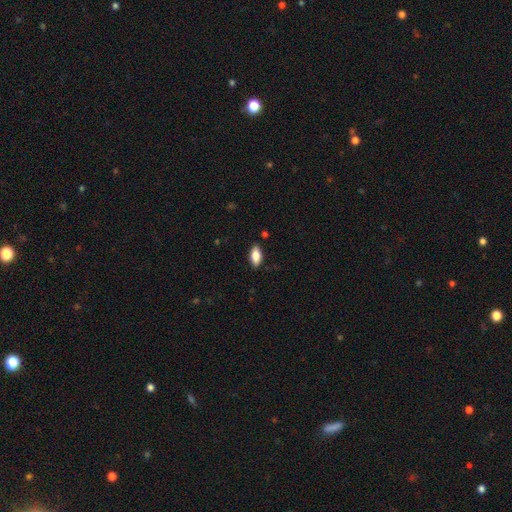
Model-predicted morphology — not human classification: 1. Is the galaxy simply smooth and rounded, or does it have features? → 82% smooth, 11% featured or disk, 7% star or artifact.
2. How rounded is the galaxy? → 88% in between, 9% cigar-shaped, 2% round.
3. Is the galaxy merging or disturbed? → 87% none, 10% minor disturbance, 2% major disturbance, 1% merger.